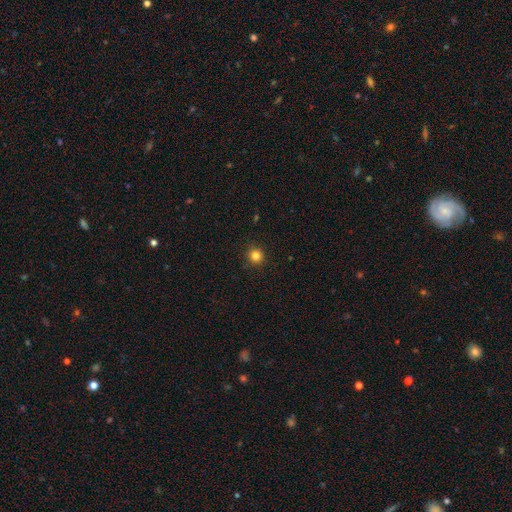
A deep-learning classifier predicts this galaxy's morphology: Smooth or featured? Predicted: smooth (p=0.83). How rounded? Predicted: round (p=0.94). Merging? Predicted: none (p=0.92).